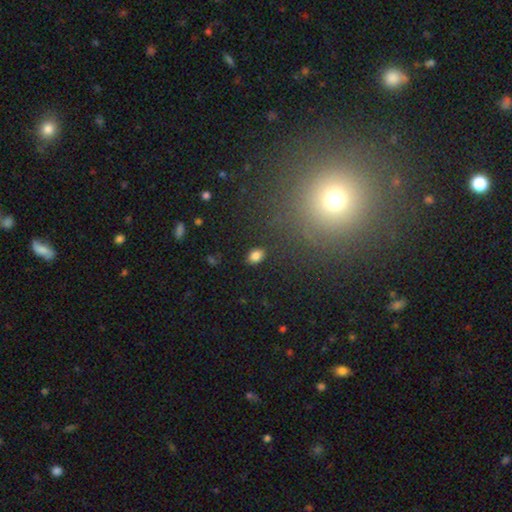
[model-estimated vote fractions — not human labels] smooth_or_featured: smooth (p=0.83) [alt: star or artifact p=0.11]
how_rounded: in between (p=0.79) [alt: round p=0.19]
merging: none (p=0.88) [alt: minor disturbance p=0.08]